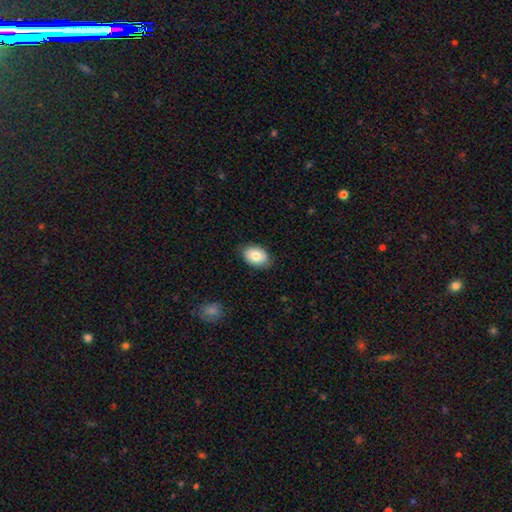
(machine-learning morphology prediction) type=smooth (80%); roundness=in between (82%); merging=none (83%).